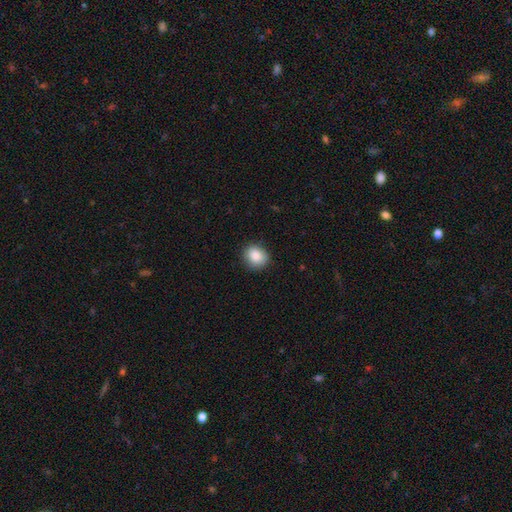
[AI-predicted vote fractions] Smooth or featured?
  - smooth: 87% *
  - star or artifact: 8%
  - featured or disk: 4%
How rounded?
  - round: 73% *
  - in between: 26%
  - cigar-shaped: 1%
Merging?
  - none: 85% *
  - minor disturbance: 12%
  - major disturbance: 2%
  - merger: 1%